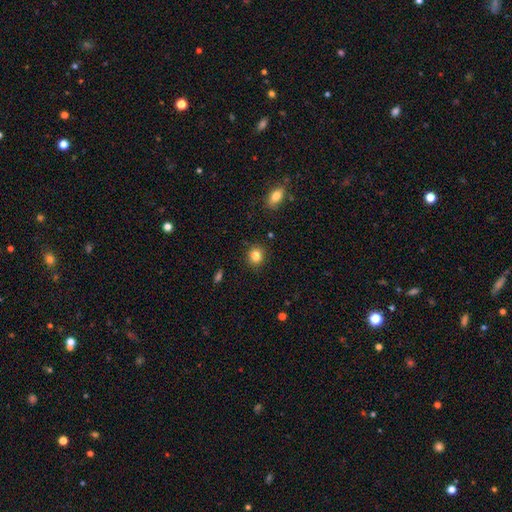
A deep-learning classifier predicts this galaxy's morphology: Smooth or featured: smooth — 84% (star or artifact — 10%)
How rounded: round — 78% (in between — 21%)
Merging: none — 87% (minor disturbance — 9%)